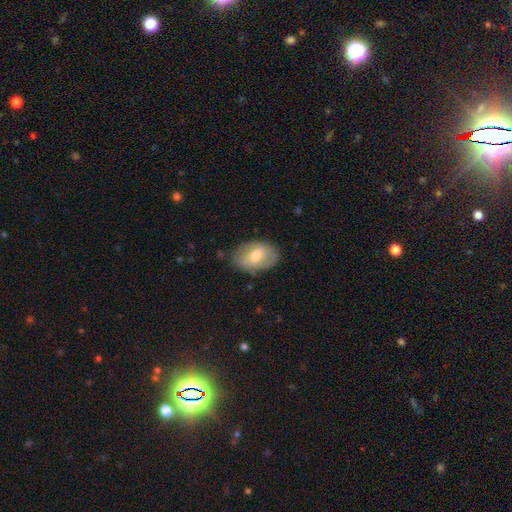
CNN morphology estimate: Smooth or featured?
  - smooth: 51% *
  - featured or disk: 43%
  - star or artifact: 6%
How rounded?
  - in between: 86% *
  - round: 12%
  - cigar-shaped: 1%
Merging?
  - none: 76% *
  - minor disturbance: 18%
  - major disturbance: 5%
  - merger: 1%